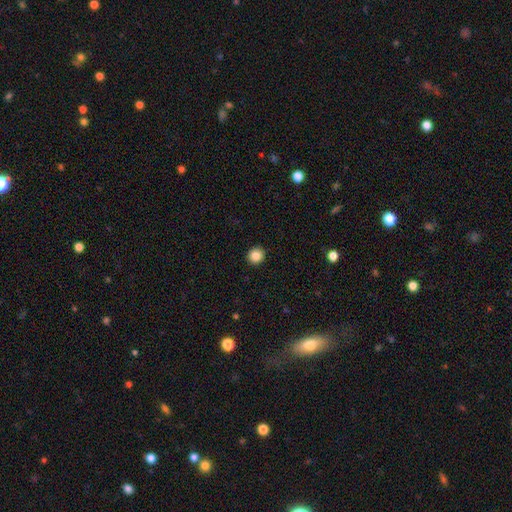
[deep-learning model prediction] This appears to be a smooth galaxy with no disk features (86%) that is round (89%). Merging: none (93%).